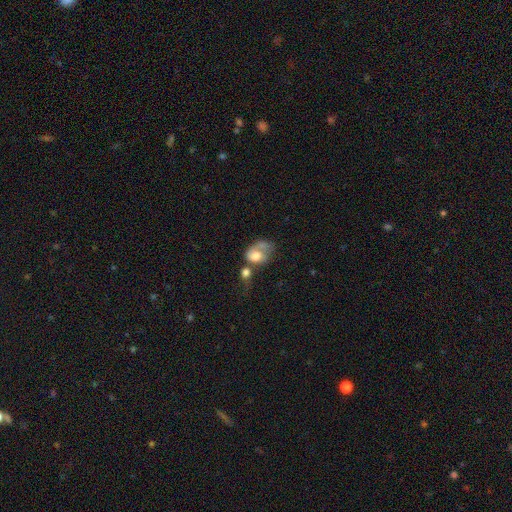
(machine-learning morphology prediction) Smooth or featured: smooth — 57% (featured or disk — 35%)
How rounded: in between — 64% (round — 35%)
Merging: merger — 45% (major disturbance — 28%)